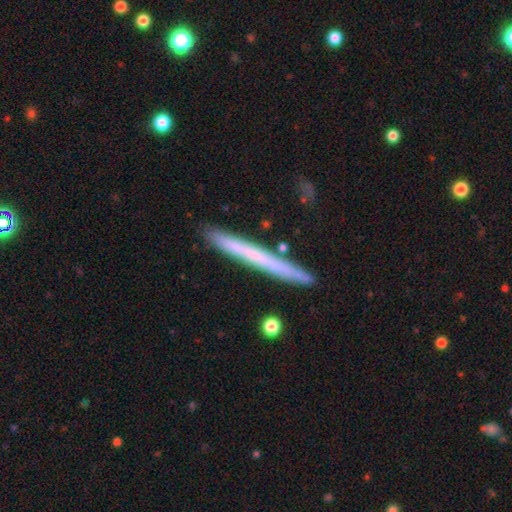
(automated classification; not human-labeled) Smooth or featured? smooth (53%)
How rounded? cigar-shaped (97%)
Merging? none (88%)